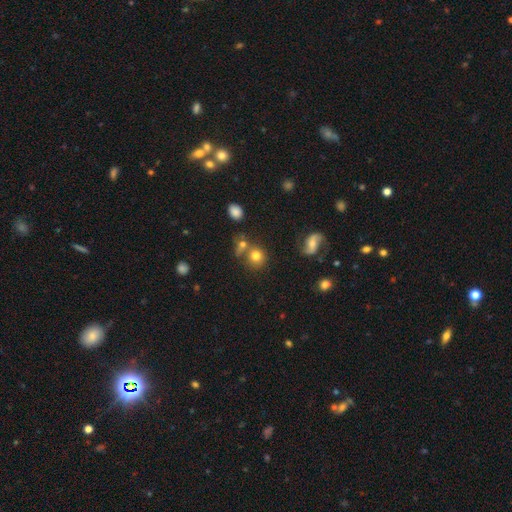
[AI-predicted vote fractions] Morphology: type=smooth (75%); roundness=round (84%); merging=none (61%).